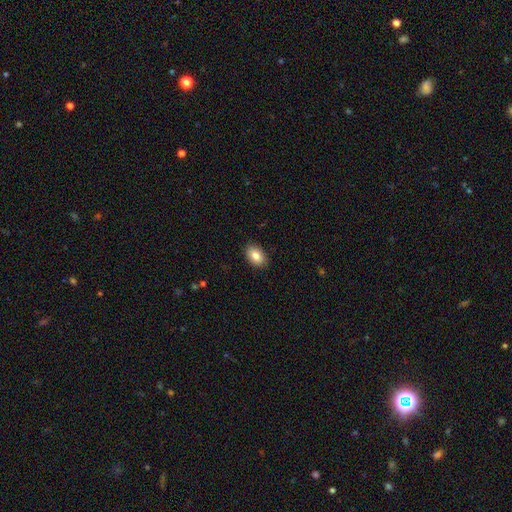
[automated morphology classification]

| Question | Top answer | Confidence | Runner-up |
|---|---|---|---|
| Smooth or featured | smooth | 84% | featured or disk (8%) |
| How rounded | in between | 86% | round (12%) |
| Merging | none | 89% | minor disturbance (8%) |